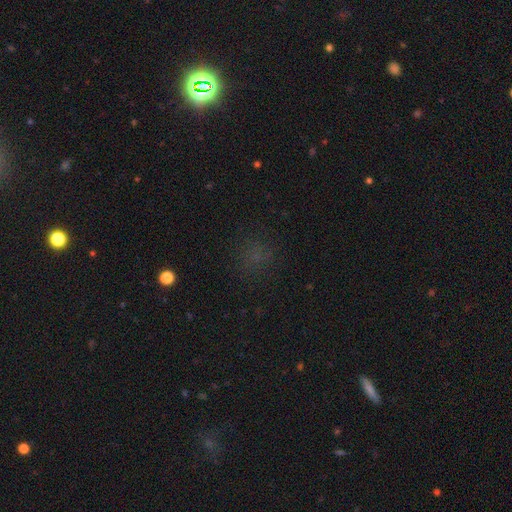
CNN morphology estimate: Smooth or featured: smooth — 54% (star or artifact — 35%)
How rounded: round — 80% (in between — 18%)
Merging: none — 79% (minor disturbance — 12%)